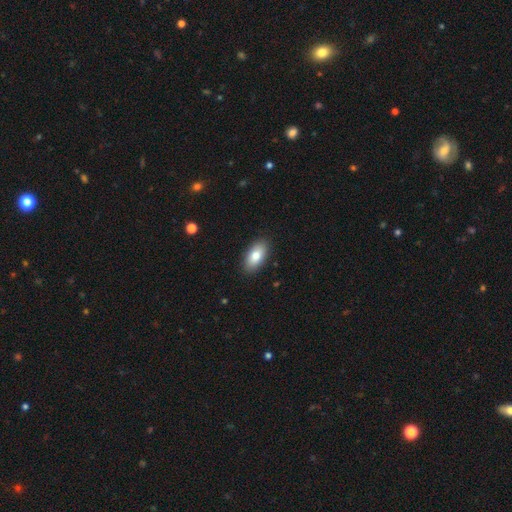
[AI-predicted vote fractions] Morphology: type=smooth (80%); roundness=in between (92%); merging=none (89%).